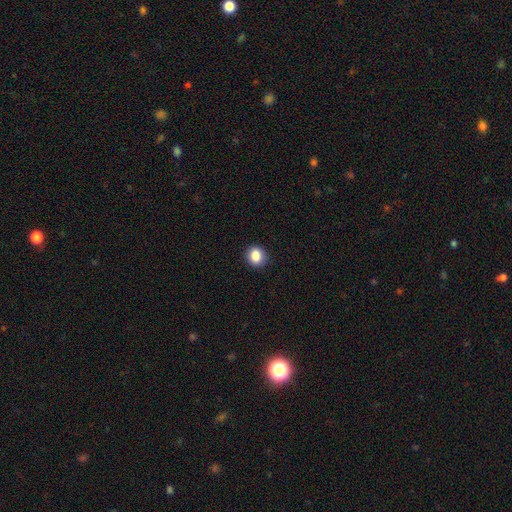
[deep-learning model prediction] Smooth or featured? smooth (86%)
How rounded? round (68%)
Merging? none (88%)